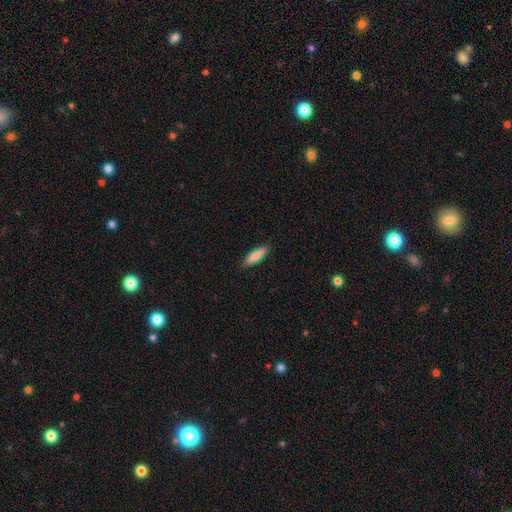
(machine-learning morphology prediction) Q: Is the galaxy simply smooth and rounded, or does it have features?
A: smooth — 79%.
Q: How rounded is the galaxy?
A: cigar-shaped — 65%.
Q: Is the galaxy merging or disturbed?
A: none — 88%.